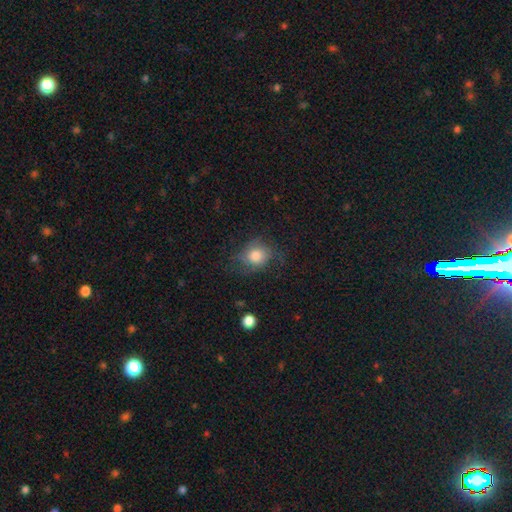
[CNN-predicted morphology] Smooth or featured: smooth — 71% (featured or disk — 20%)
How rounded: round — 66% (in between — 32%)
Merging: none — 57% (minor disturbance — 24%)